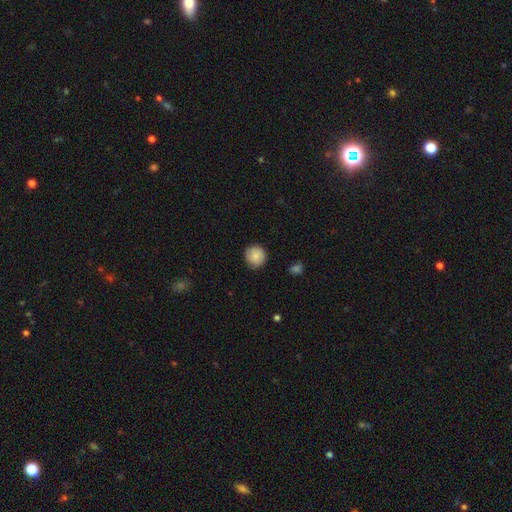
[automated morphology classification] A smooth galaxy with no disk features (83%) that is round (93%).

Vote fractions:
- Smooth or featured? smooth: 83% / featured or disk: 10% / star or artifact: 7%
- How rounded? round: 93% / in between: 6% / cigar-shaped: 1%
- Merging? none: 86% / minor disturbance: 11% / major disturbance: 2% / merger: 1%